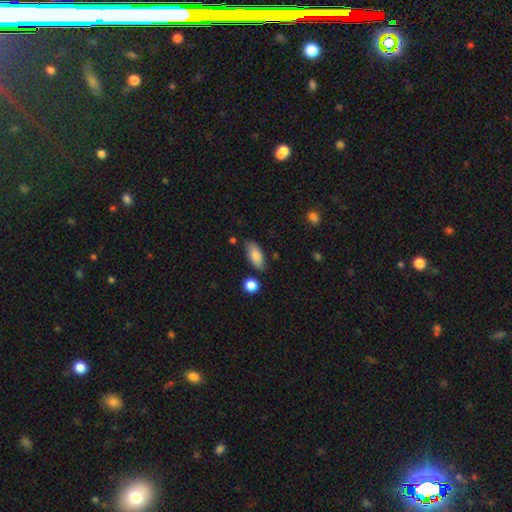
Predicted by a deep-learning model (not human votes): Overall: smooth (81%). How rounded: in between (85%). Merging: none (77%).